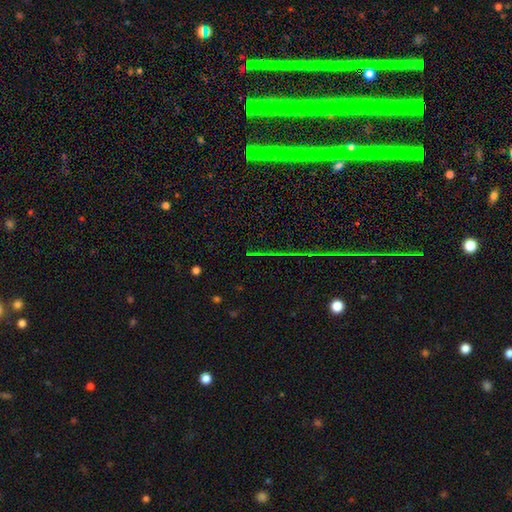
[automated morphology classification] A star or artifact, not a galaxy (74%).